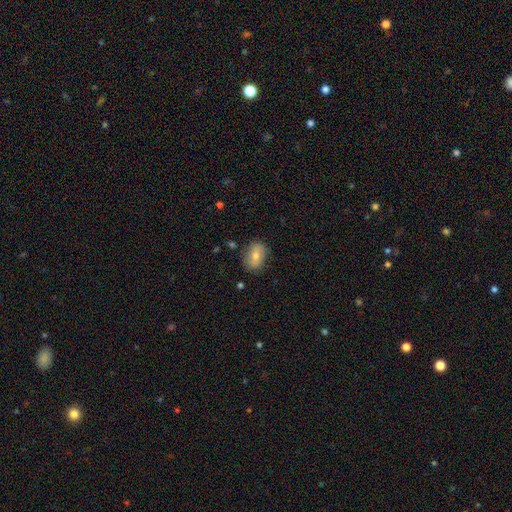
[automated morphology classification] type=smooth (72%); roundness=in between (74%); merging=none (81%).